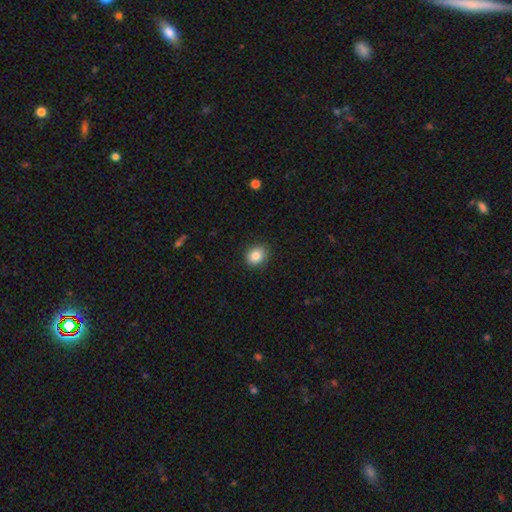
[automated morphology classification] smooth-or-featured: smooth: 85% | star or artifact: 9% | featured or disk: 5%
  how-rounded: round: 62% | in between: 37% | cigar-shaped: 1%
  merging: none: 88% | minor disturbance: 9% | major disturbance: 2% | merger: 1%